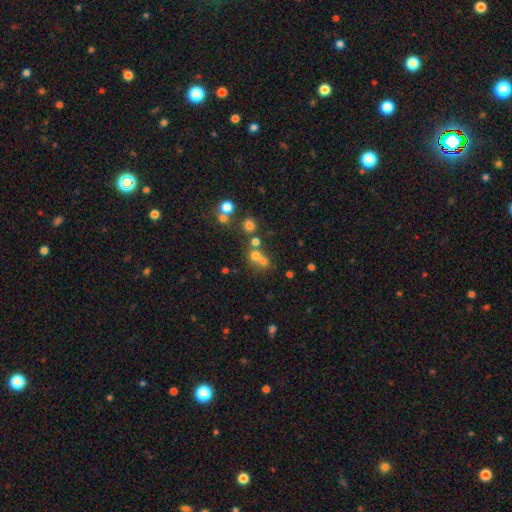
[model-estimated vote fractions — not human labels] Smooth or featured? smooth (61%)
How rounded? round (81%)
Merging? none (45%)